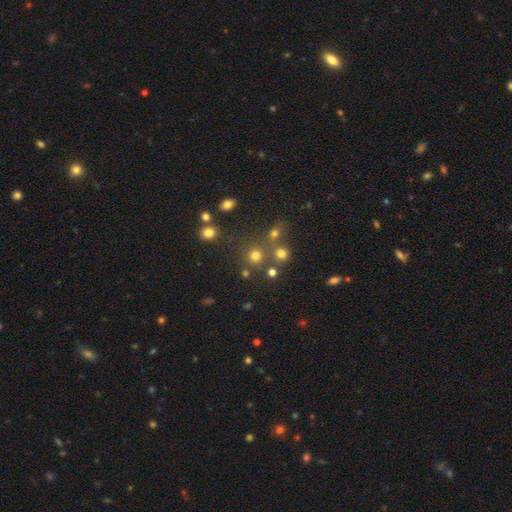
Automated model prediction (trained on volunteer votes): The model was most divided on "smooth or featured": smooth: 69%, star or artifact: 22%, featured or disk: 9%. More confident: how rounded — round (90%); merging — none (70%).